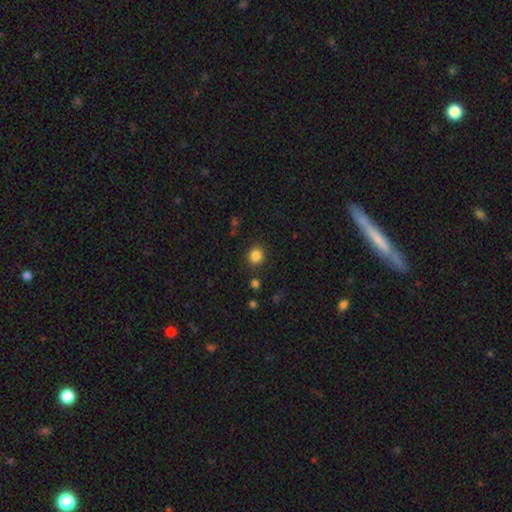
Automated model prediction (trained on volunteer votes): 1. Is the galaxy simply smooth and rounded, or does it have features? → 84% smooth, 11% star or artifact, 5% featured or disk.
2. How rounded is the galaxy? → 86% round, 13% in between, 1% cigar-shaped.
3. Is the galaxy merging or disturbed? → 87% none, 8% minor disturbance, 3% major disturbance, 2% merger.